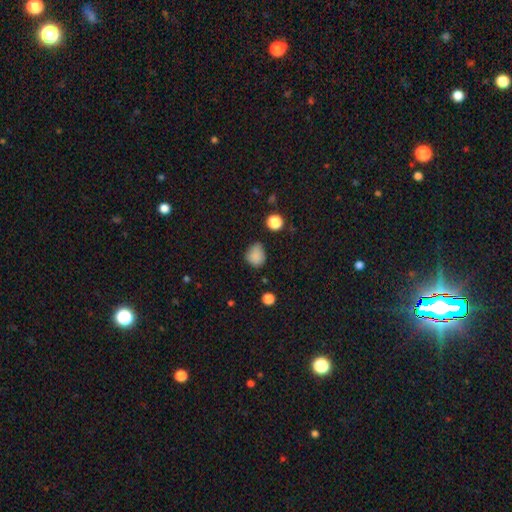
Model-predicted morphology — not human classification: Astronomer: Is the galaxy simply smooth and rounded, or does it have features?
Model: smooth — 83%.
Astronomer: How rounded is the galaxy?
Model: round — 63%.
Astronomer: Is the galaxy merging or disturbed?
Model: none — 61%.